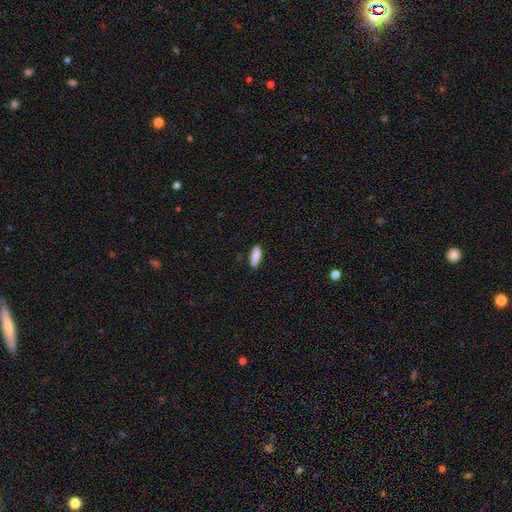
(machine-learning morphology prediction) Overall: smooth (88%). How rounded: in between (53%; cigar-shaped 46%). Merging: none (83%).